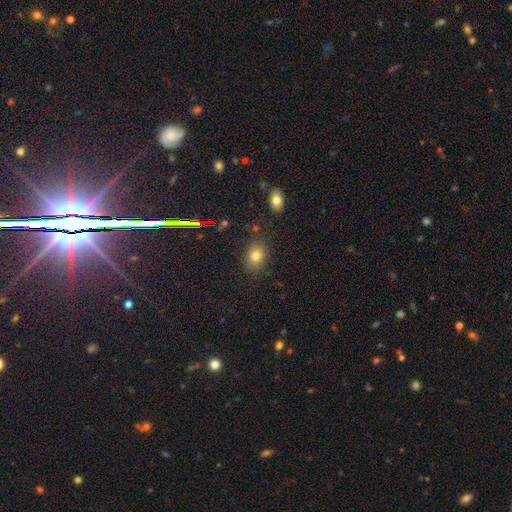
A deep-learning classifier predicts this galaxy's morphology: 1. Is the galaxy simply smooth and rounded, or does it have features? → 77% smooth, 14% star or artifact, 9% featured or disk.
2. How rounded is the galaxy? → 64% in between, 34% round, 1% cigar-shaped.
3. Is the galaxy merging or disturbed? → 82% none, 11% minor disturbance, 3% major disturbance, 3% merger.